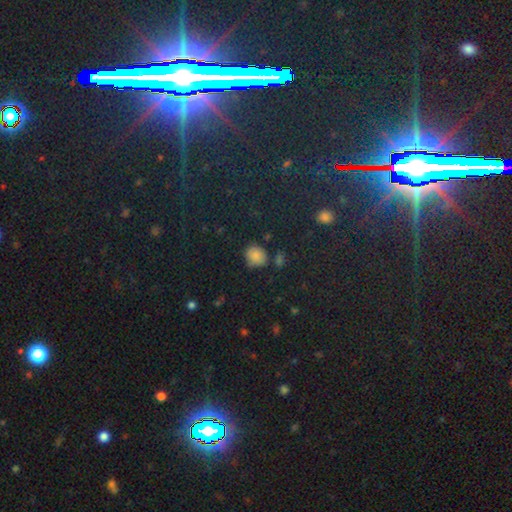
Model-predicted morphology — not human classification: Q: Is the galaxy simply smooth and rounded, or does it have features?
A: smooth — 72%.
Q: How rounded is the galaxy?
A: round — 67%.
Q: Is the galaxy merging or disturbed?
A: none — 69%.